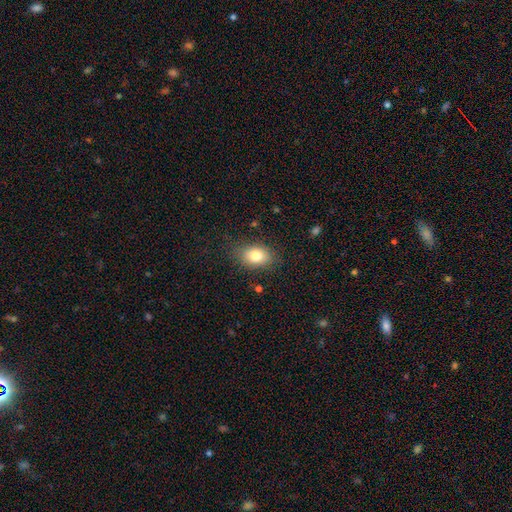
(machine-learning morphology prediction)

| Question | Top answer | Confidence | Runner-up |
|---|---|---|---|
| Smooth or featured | smooth | 80% | featured or disk (11%) |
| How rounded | in between | 77% | round (22%) |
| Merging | none | 81% | minor disturbance (13%) |